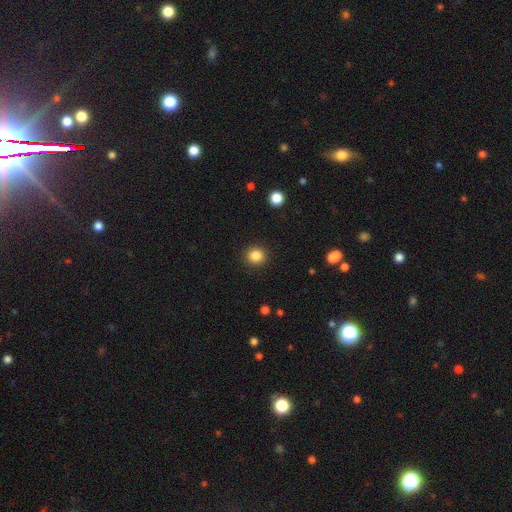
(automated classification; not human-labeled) Smooth or featured: smooth — 85% (star or artifact — 11%)
How rounded: round — 90% (in between — 9%)
Merging: none — 91% (minor disturbance — 6%)